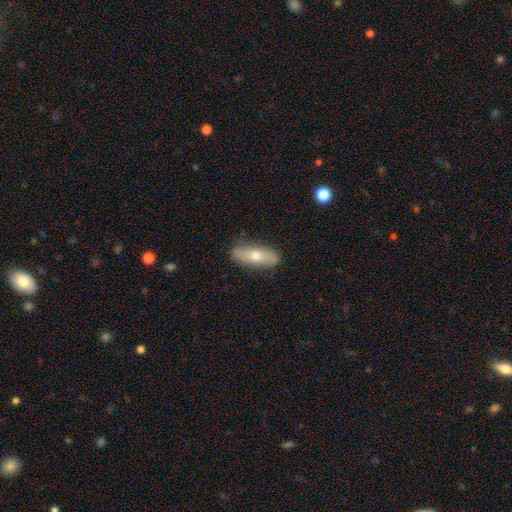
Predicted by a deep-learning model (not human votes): A smooth galaxy with no disk features (61%) that is in between round and cigar-shaped (62%). Merging: none (85%).